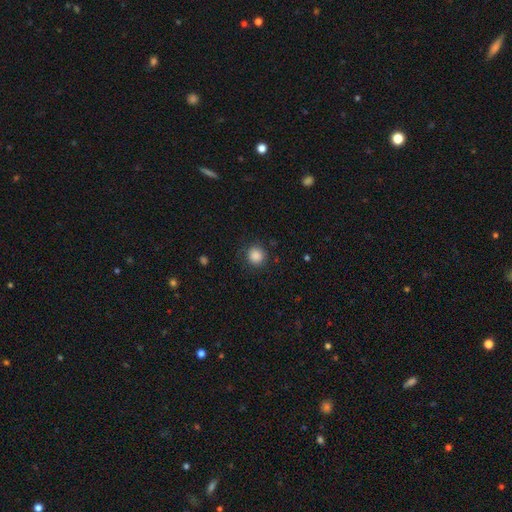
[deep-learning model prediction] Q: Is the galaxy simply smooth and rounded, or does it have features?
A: smooth — 86%.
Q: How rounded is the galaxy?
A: round — 92%.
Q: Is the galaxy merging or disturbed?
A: none — 84%.